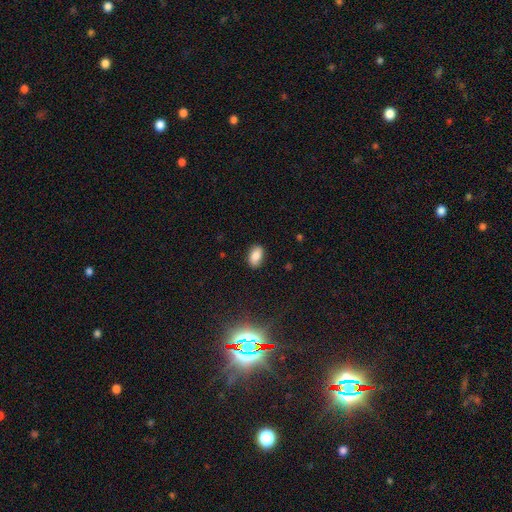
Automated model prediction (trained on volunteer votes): Smooth or featured? Predicted: smooth (p=0.84). How rounded? Predicted: in between (p=0.89). Merging? Predicted: none (p=0.86).